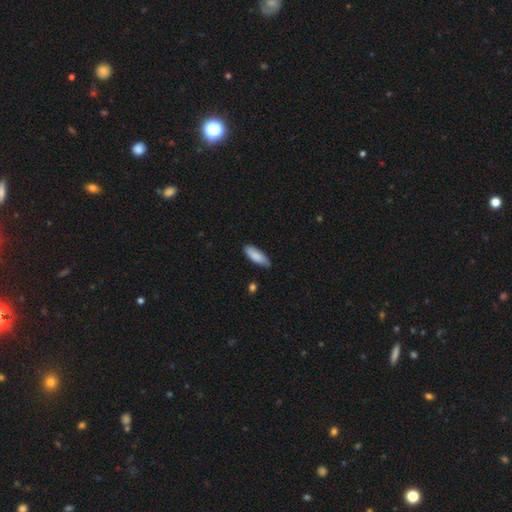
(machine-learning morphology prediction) The model was most divided on "how rounded": in between: 66%, cigar-shaped: 32%, round: 2%. More confident: smooth or featured — smooth (87%); merging — none (79%).